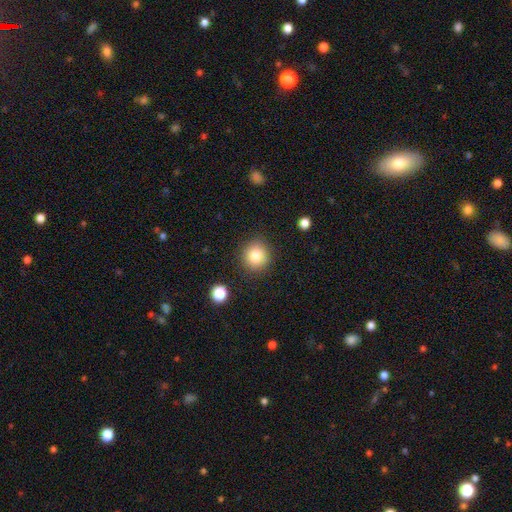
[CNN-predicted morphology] Q: Smooth or featured?
A: smooth (82%); runner-up: star or artifact (10%)
Q: How rounded?
A: round (92%); runner-up: in between (8%)
Q: Merging?
A: none (87%); runner-up: minor disturbance (8%)